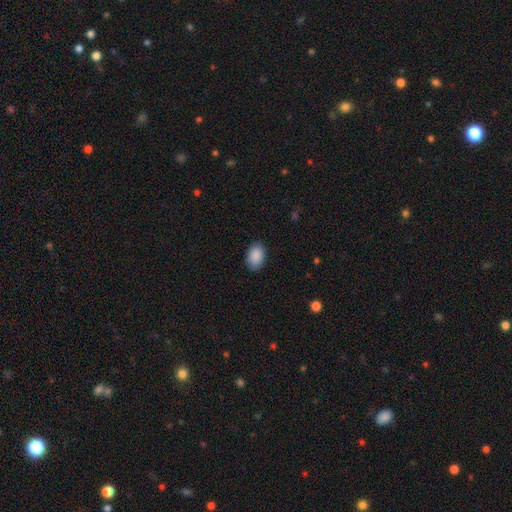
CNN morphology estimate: The model was most divided on "merging": none: 88%, minor disturbance: 9%, major disturbance: 2%, merger: 1%. More confident: smooth or featured — smooth (90%); how rounded — in between (89%).